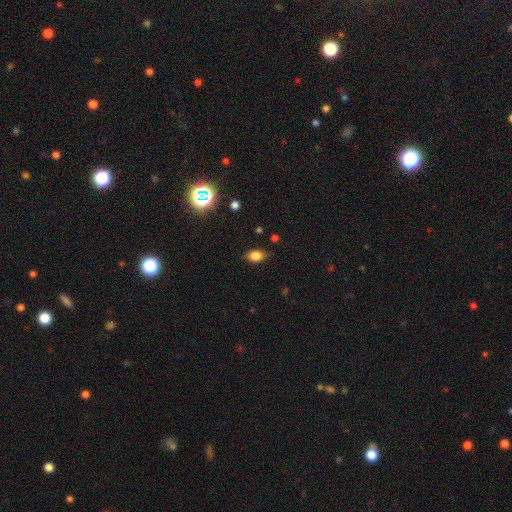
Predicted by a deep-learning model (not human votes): This appears to be a smooth galaxy with no disk features (80%) that is in between round and cigar-shaped (82%). Merging: none (81%).